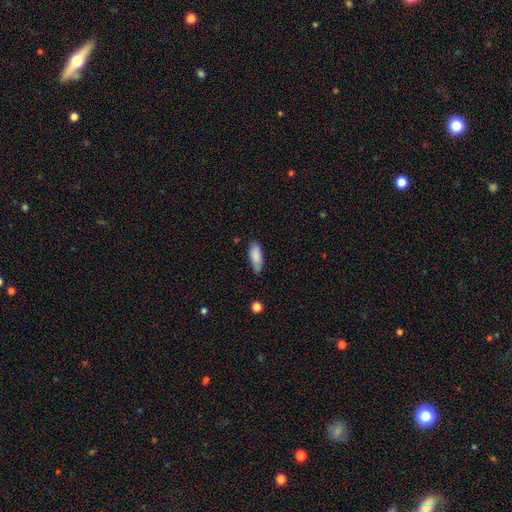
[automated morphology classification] The model was most divided on "how rounded": in between: 67%, cigar-shaped: 32%, round: 2%. More confident: smooth or featured — smooth (86%); merging — none (75%).